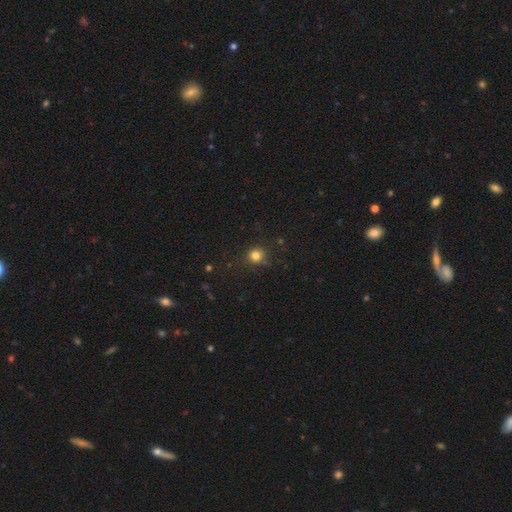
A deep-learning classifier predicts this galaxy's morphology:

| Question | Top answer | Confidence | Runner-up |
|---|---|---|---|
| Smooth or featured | smooth | 79% | star or artifact (15%) |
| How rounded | round | 91% | in between (8%) |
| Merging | none | 84% | minor disturbance (11%) |